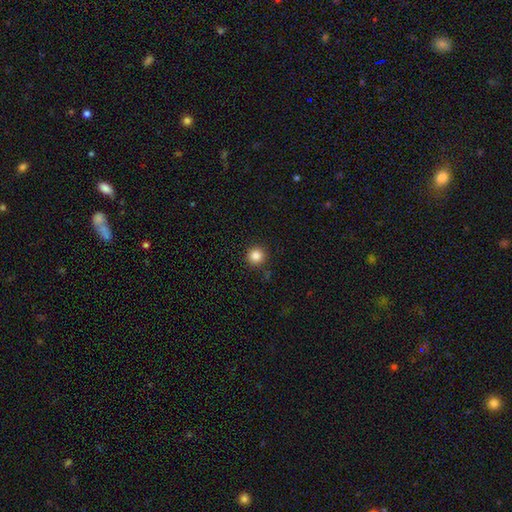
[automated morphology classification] This appears to be a smooth galaxy with no disk features (84%) that is round (95%). Merging: none (90%).